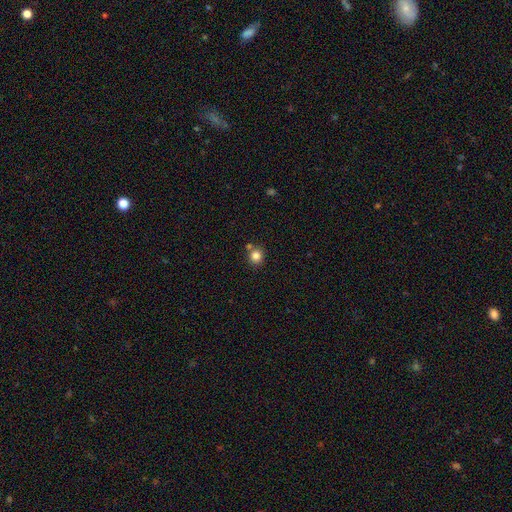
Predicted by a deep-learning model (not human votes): A smooth galaxy with no disk features (83%) that is round (88%).

Vote fractions:
- Smooth or featured? smooth: 83% / star or artifact: 12% / featured or disk: 5%
- How rounded? round: 88% / in between: 11% / cigar-shaped: 1%
- Merging? none: 73% / merger: 15% / minor disturbance: 9% / major disturbance: 3%